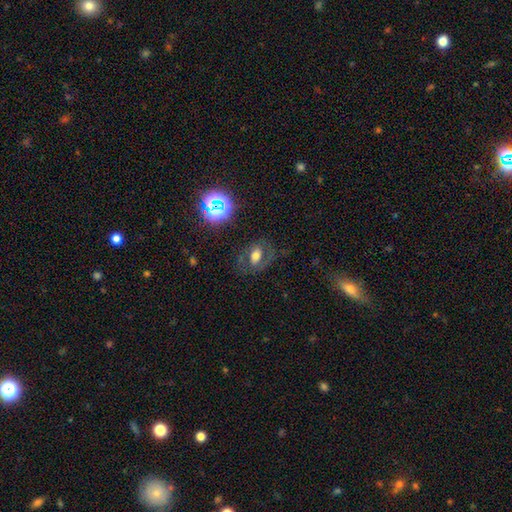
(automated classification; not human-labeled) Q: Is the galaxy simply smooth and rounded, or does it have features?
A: featured or disk — 44%.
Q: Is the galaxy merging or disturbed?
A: none — 68%.